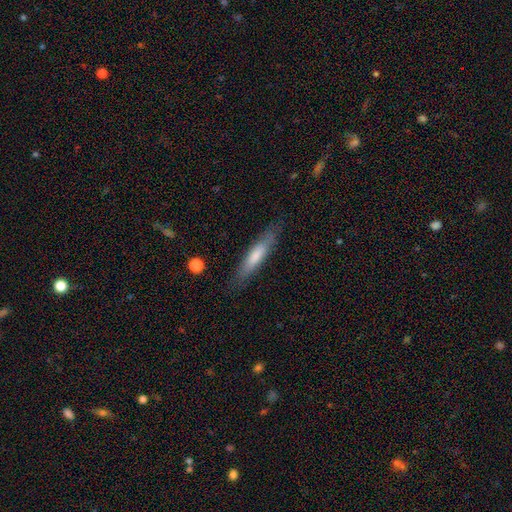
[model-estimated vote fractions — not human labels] The model was most divided on "smooth or featured": smooth: 68%, featured or disk: 26%, star or artifact: 6%. More confident: how rounded — cigar-shaped (84%); merging — none (82%).